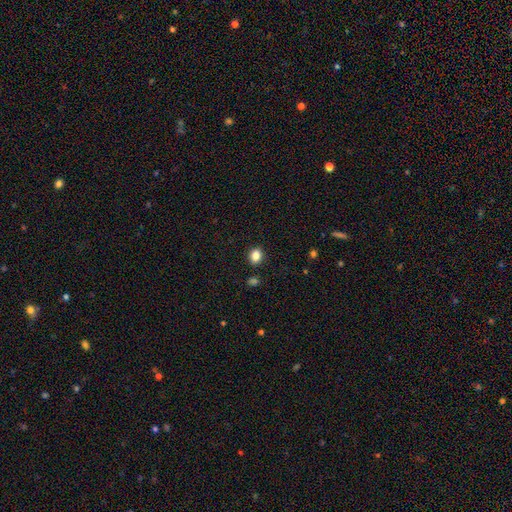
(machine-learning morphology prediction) Smooth or featured: smooth — 84% (star or artifact — 10%)
How rounded: round — 51% (in between — 48%)
Merging: none — 88% (minor disturbance — 8%)